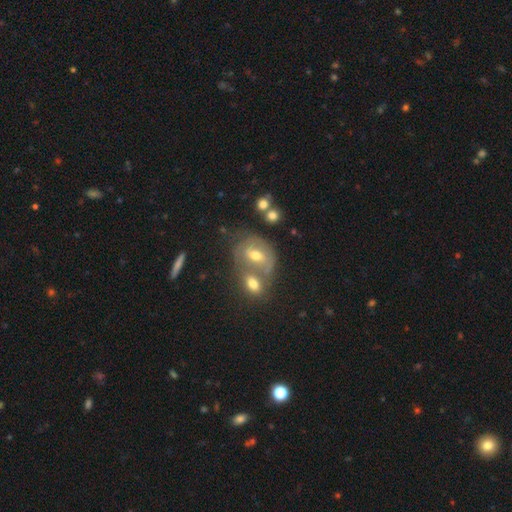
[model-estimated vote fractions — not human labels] Smooth or featured? featured or disk (51%)
Edge-on disk? no (92%)
Merging? merger (42%)